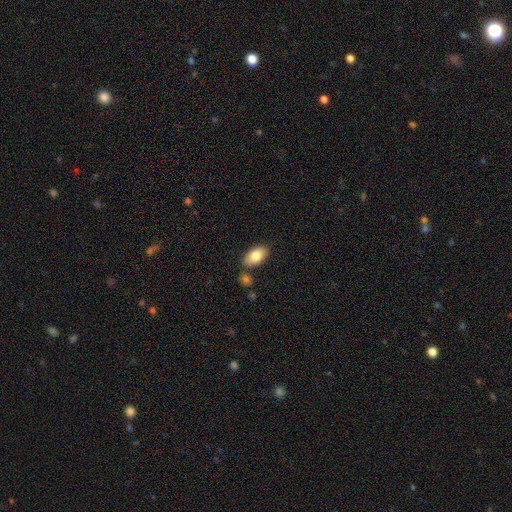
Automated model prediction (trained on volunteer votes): A smooth galaxy with no disk features (82%) that is in between round and cigar-shaped (93%).

Vote fractions:
- Smooth or featured? smooth: 82% / featured or disk: 11% / star or artifact: 7%
- How rounded? in between: 93% / round: 5% / cigar-shaped: 2%
- Merging? none: 78% / minor disturbance: 12% / merger: 7% / major disturbance: 3%